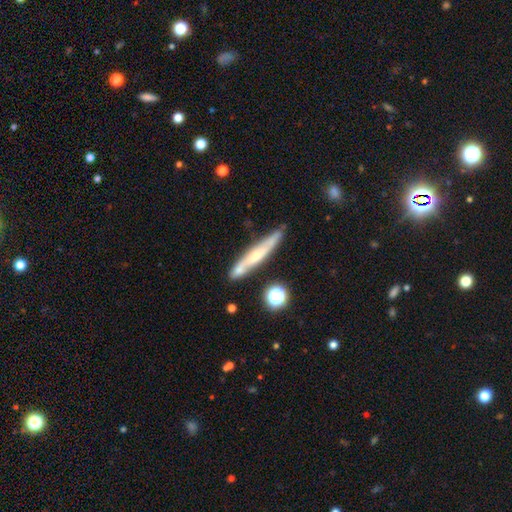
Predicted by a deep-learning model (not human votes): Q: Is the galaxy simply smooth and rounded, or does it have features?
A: featured or disk — 56%.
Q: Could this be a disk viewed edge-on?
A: yes — 80%.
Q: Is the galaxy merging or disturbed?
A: none — 73%.